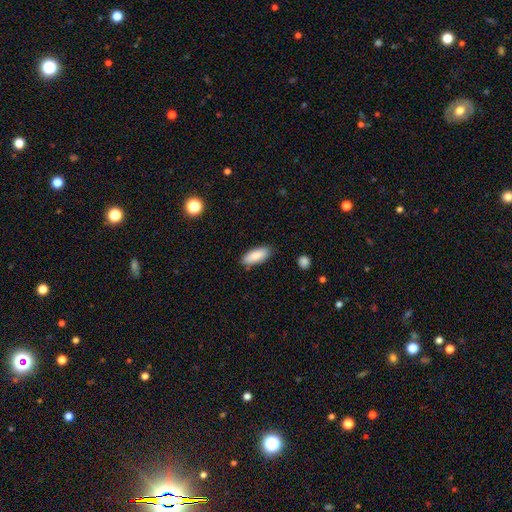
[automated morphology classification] smooth 86%, featured or disk 7%, star or artifact 6%. Down the decision tree: how rounded — in between (78%); merging — none (85%).